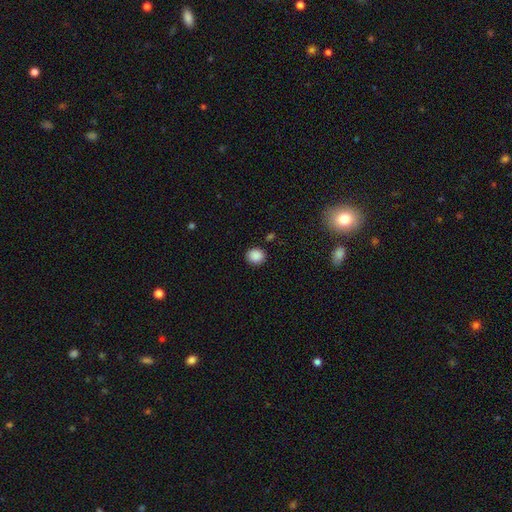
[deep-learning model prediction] This is clearly a smooth galaxy (88%). How rounded: likely round (79%). Merging: clearly none (88%).